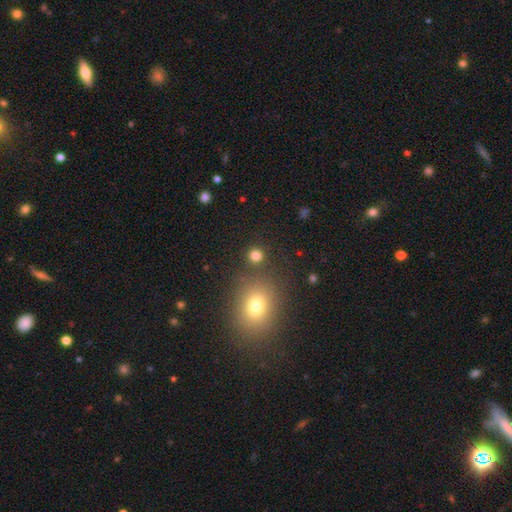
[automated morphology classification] This appears to be a smooth galaxy with no disk features (80%) that is round (89%). Merging: none (83%).